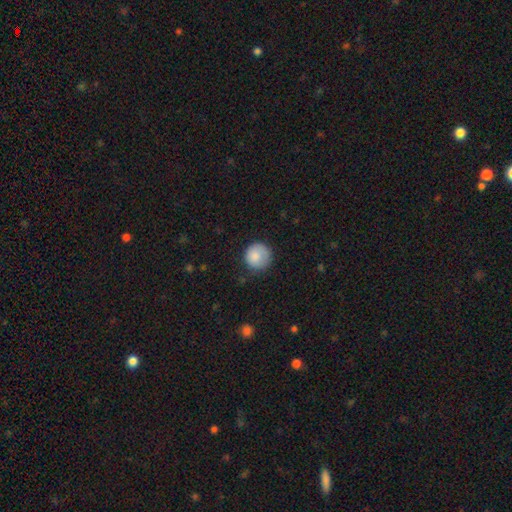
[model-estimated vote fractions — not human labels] Smooth or featured: smooth — 84% (featured or disk — 9%)
How rounded: round — 93% (in between — 6%)
Merging: none — 75% (minor disturbance — 18%)